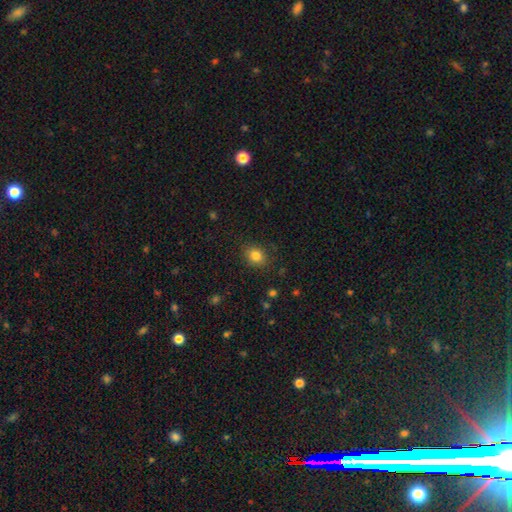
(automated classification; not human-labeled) Smooth or featured? smooth (82%)
How rounded? round (52%)
Merging? none (86%)